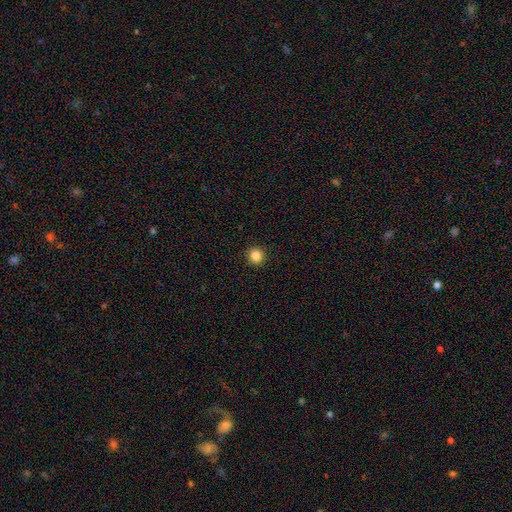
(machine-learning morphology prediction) type=smooth (85%); roundness=round (89%); merging=none (92%).